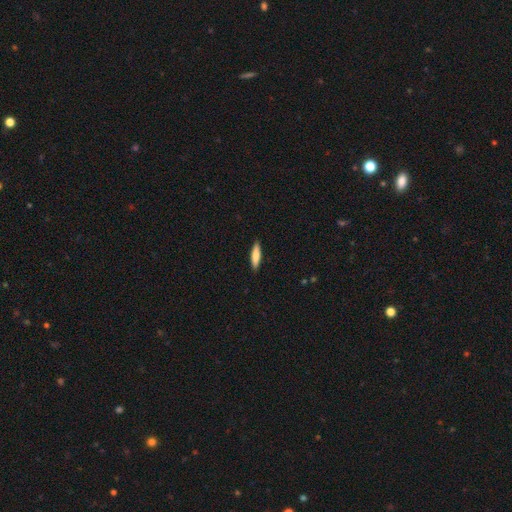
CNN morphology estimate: Smooth or featured? smooth (77%)
How rounded? cigar-shaped (78%)
Merging? none (91%)